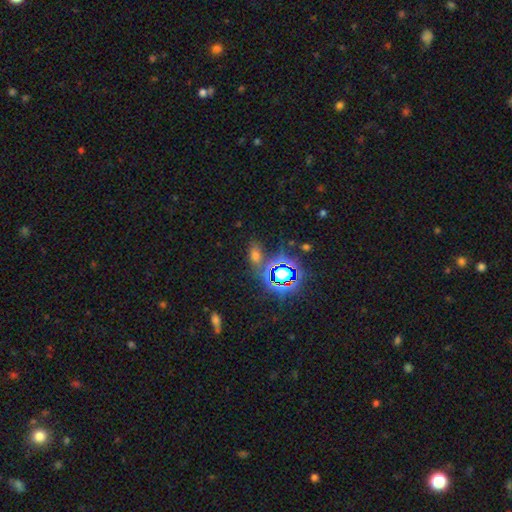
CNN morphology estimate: Overall: smooth (50%; star or artifact 42%). Merging: none (69%).